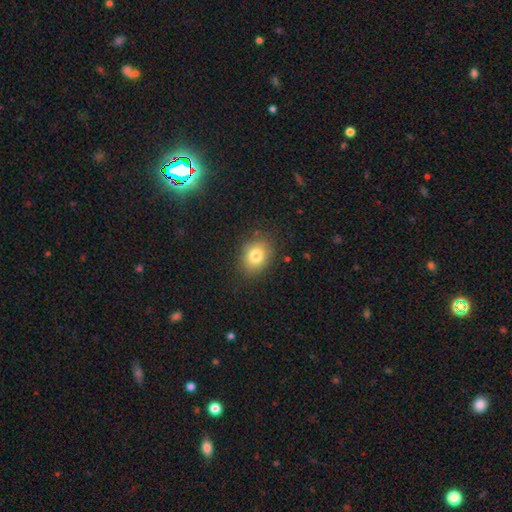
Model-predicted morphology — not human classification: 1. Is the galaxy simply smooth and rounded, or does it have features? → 80% smooth, 11% star or artifact, 9% featured or disk.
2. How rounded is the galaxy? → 53% round, 46% in between, 1% cigar-shaped.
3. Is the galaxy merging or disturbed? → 84% none, 12% minor disturbance, 3% major disturbance, 1% merger.